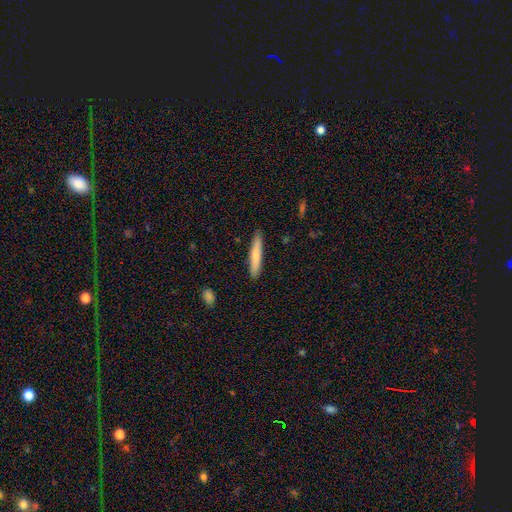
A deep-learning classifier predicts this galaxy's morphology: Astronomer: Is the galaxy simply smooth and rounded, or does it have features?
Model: smooth — 73%.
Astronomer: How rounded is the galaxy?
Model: cigar-shaped — 93%.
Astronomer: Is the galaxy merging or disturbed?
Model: none — 90%.